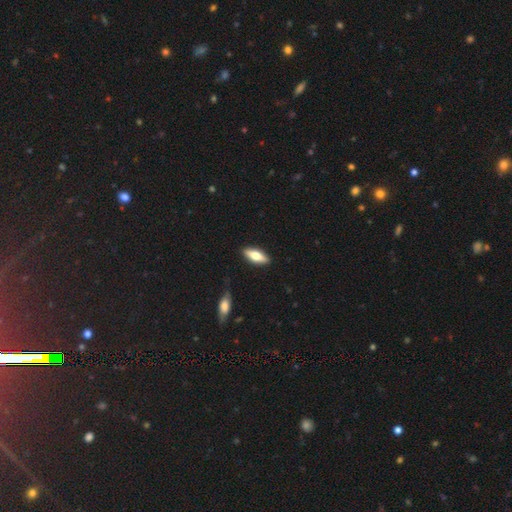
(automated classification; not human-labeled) smooth 63%, featured or disk 32%, star or artifact 6%. Down the decision tree: how rounded — in between (65%); merging — none (87%).